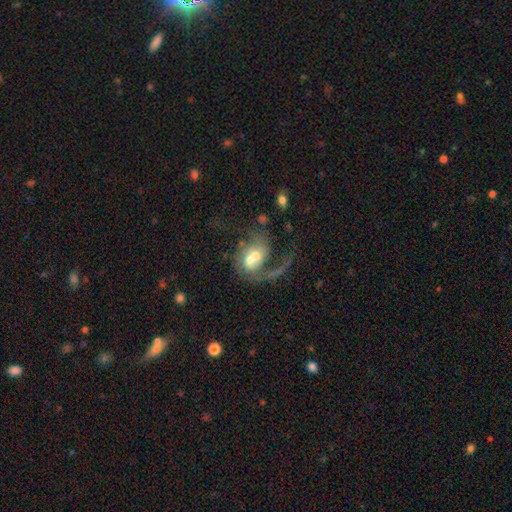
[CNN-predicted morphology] A featured or disk galaxy (60%) with no bar (65%), spiral arms (70%) and a moderate central bulge (55%).

Vote fractions:
- Smooth or featured? featured or disk: 60% / smooth: 31% / star or artifact: 9%
- Edge-on disk? no: 96% / yes: 4%
- Bar? no: 65% / weak: 28% / strong: 8%
- Spiral arms? yes: 70% / no: 30%
- Bulge size? moderate: 55% / small: 19% / large: 18% / none: 4% / dominant: 4%
- Merging? merger: 56% / major disturbance: 23% / none: 14% / minor disturbance: 7%